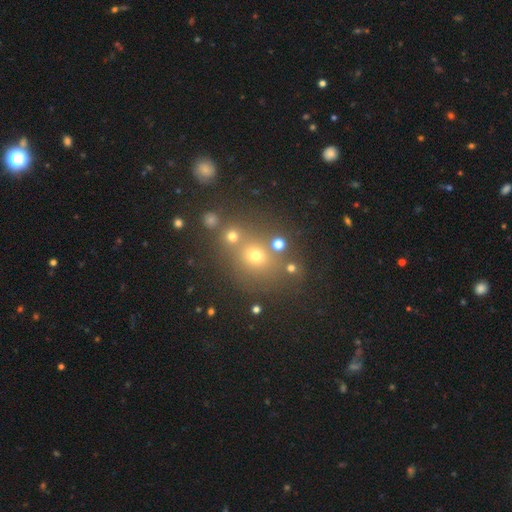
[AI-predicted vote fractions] Overall: smooth (62%; star or artifact 26%). How rounded: round (76%). Merging: none (67%).